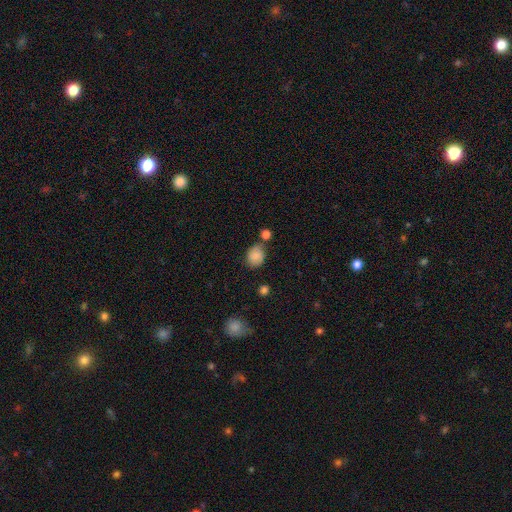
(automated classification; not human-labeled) This is clearly a smooth galaxy (84%). How rounded: possibly round (60%). Merging: likely none (65%).